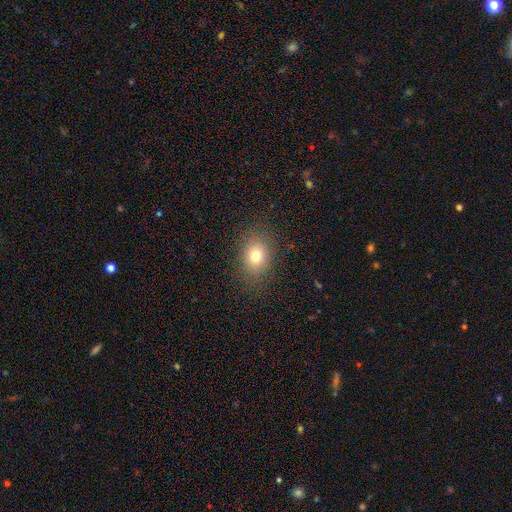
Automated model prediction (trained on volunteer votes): Smooth or featured? smooth (77%)
How rounded? in between (57%)
Merging? none (85%)